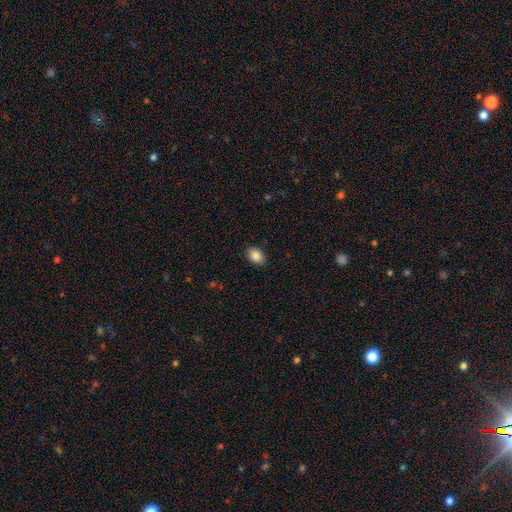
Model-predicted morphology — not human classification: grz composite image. It shows a smooth galaxy with no disk features (87%) that is in between round and cigar-shaped (76%). Merging: none (89%).